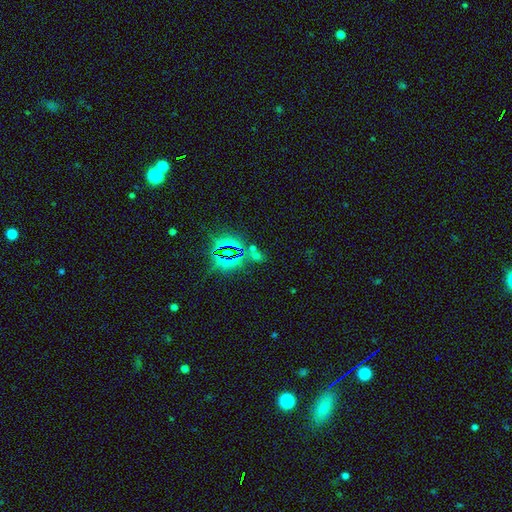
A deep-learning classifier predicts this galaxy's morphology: A star or artifact, not a galaxy (62%).

Vote fractions:
- Smooth or featured? star or artifact: 62% / smooth: 29% / featured or disk: 9%